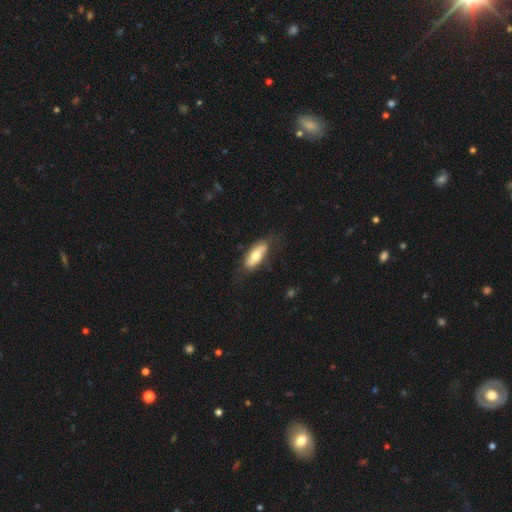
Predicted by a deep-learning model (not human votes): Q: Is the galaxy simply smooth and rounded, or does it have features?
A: smooth — 63%.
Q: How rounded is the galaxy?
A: in between — 80%.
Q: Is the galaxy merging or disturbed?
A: none — 70%.